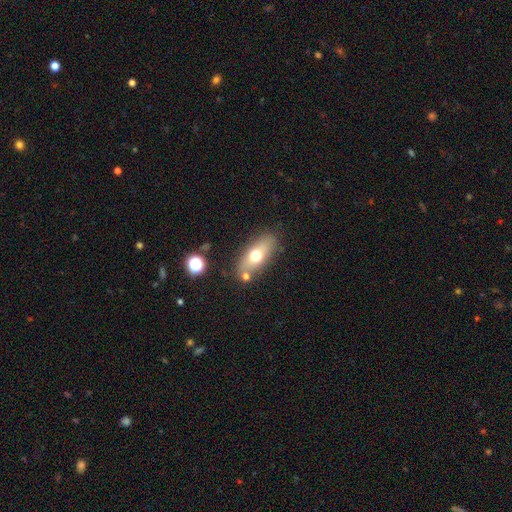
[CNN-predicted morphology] smooth_or_featured: smooth (p=0.63) [alt: featured or disk p=0.28]
how_rounded: in between (p=0.74) [alt: cigar-shaped p=0.19]
merging: none (p=0.78) [alt: minor disturbance p=0.13]